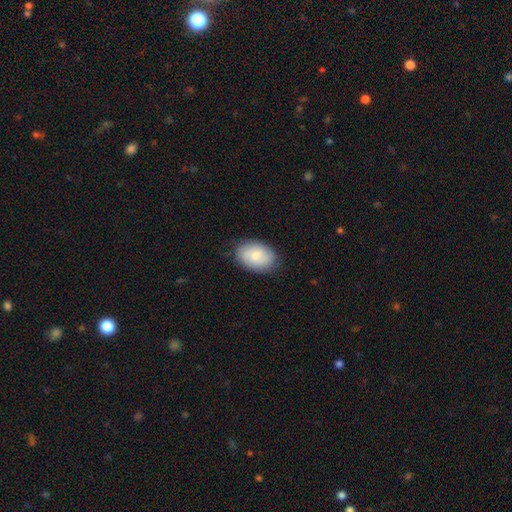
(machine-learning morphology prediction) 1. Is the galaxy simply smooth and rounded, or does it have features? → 73% smooth, 21% featured or disk, 6% star or artifact.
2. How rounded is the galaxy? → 86% in between, 12% round, 1% cigar-shaped.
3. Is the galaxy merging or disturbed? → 82% none, 14% minor disturbance, 3% major disturbance, 1% merger.